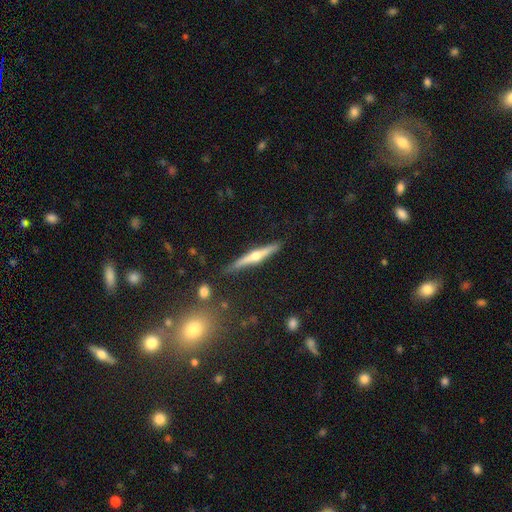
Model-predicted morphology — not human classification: type=featured or disk (69%); edge-on=yes (97%); edge-on bulge=rounded (91%); merging=none (85%).